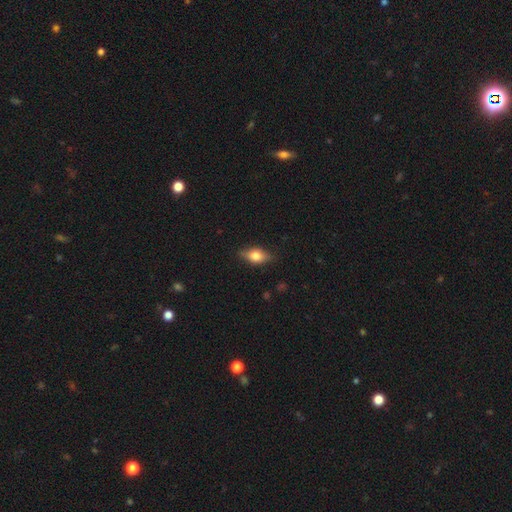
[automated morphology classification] The model was most divided on "smooth or featured": smooth: 67%, featured or disk: 25%, star or artifact: 8%. More confident: merging — none (81%); how rounded — in between (80%).